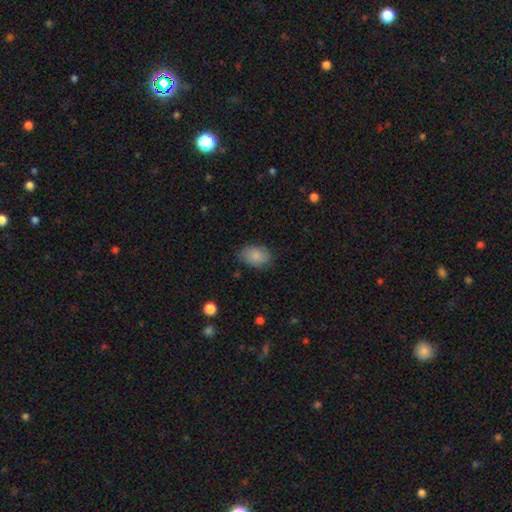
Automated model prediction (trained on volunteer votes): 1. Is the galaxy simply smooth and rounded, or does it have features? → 85% smooth, 8% featured or disk, 7% star or artifact.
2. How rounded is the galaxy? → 82% in between, 17% round, 1% cigar-shaped.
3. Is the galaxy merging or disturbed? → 76% none, 19% minor disturbance, 4% major disturbance, 1% merger.